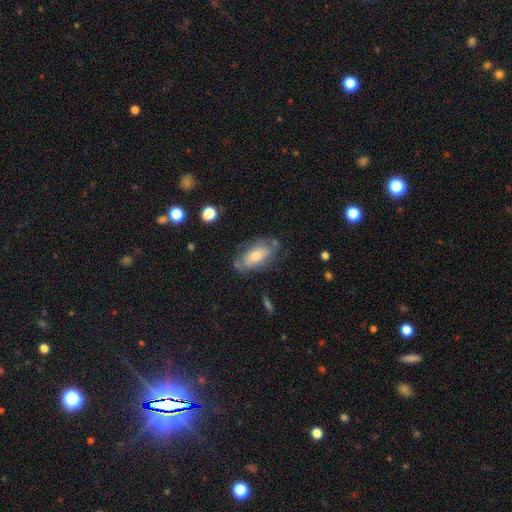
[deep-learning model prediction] Smooth or featured: smooth — 64% (featured or disk — 29%)
How rounded: in between — 87% (cigar-shaped — 10%)
Merging: none — 64% (minor disturbance — 23%)